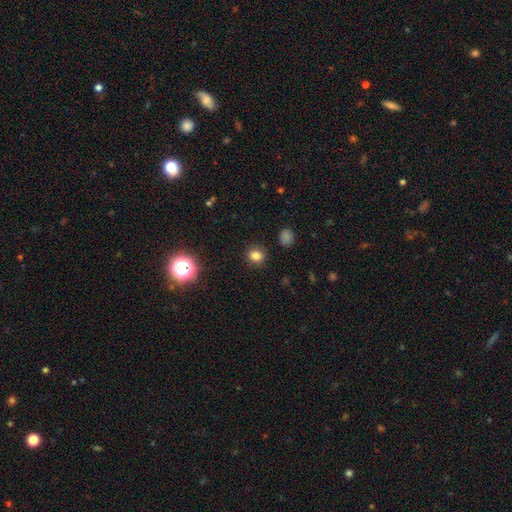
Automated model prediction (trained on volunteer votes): Overall: smooth (80%). How rounded: round (62%; in between 37%). Merging: none (87%).